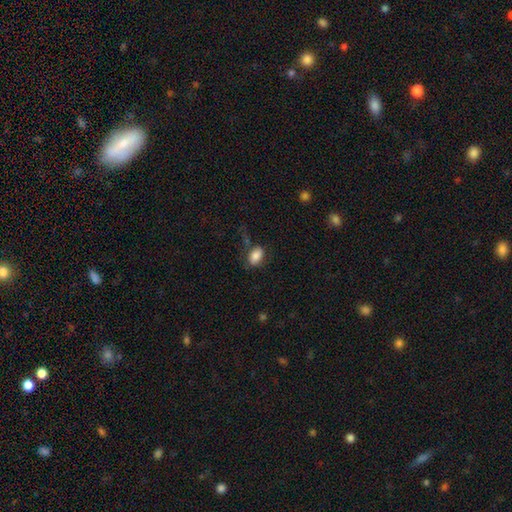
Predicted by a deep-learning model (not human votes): smooth-or-featured: smooth: 82% | featured or disk: 10% | star or artifact: 8%
  how-rounded: in between: 87% | round: 12% | cigar-shaped: 2%
  merging: none: 66% | minor disturbance: 20% | major disturbance: 9% | merger: 5%